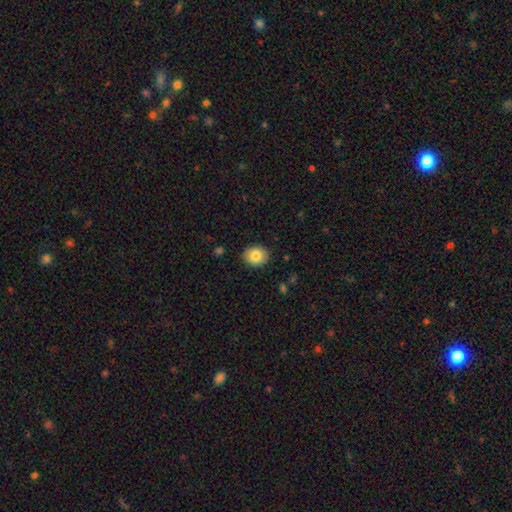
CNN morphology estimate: Smooth or featured?
  - smooth: 83% *
  - featured or disk: 8%
  - star or artifact: 8%
How rounded?
  - round: 63% *
  - in between: 36%
  - cigar-shaped: 1%
Merging?
  - none: 90% *
  - minor disturbance: 7%
  - major disturbance: 2%
  - merger: 1%